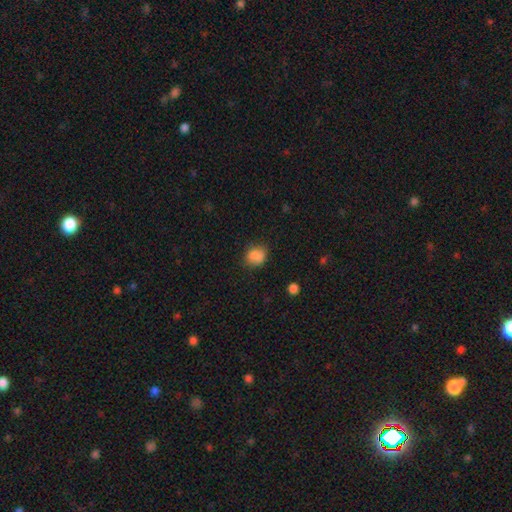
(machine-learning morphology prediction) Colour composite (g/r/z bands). It shows a smooth galaxy with no disk features (80%) that is round (61%). Merging: none (64%).